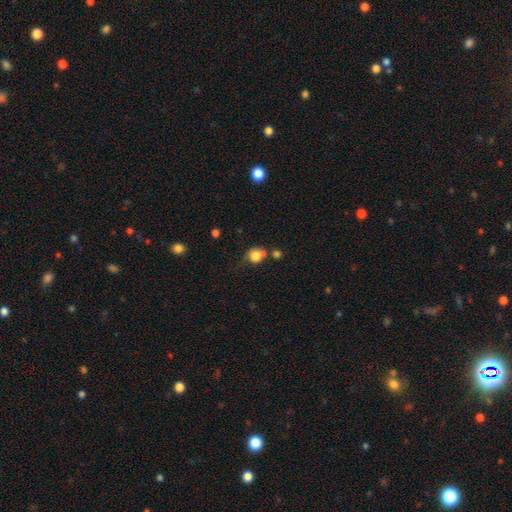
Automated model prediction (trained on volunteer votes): This is clearly a smooth galaxy (81%). How rounded: likely round (78%). Merging: possibly none (47%).